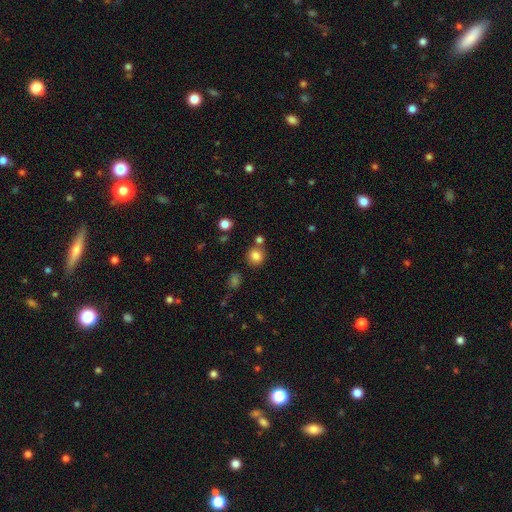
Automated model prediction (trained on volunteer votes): This is clearly a smooth galaxy (82%). How rounded: clearly round (81%). Merging: likely none (72%).